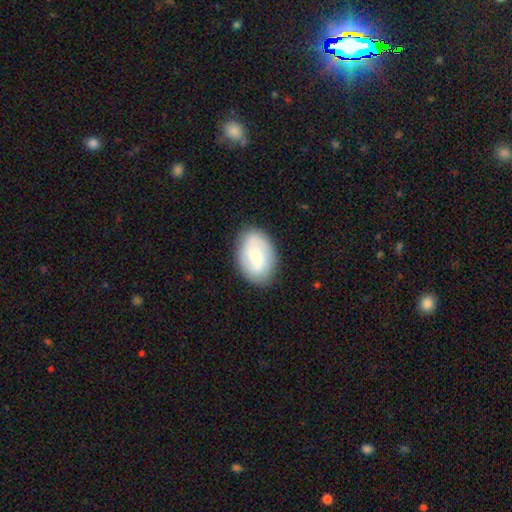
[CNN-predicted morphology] The model was most divided on "smooth or featured": featured or disk: 54%, smooth: 40%, star or artifact: 6%. More confident: edge-on disk — no (96%); merging — none (84%); spiral arms — yes (83%); bar — no (61%); bulge size — small (57%).